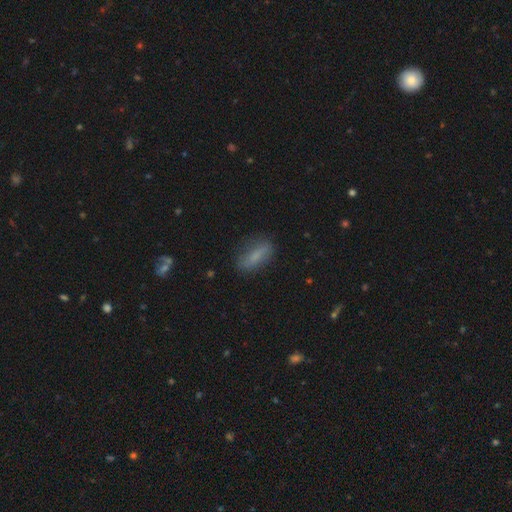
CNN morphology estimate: type=smooth (71%); roundness=in between (59%); merging=none (77%).